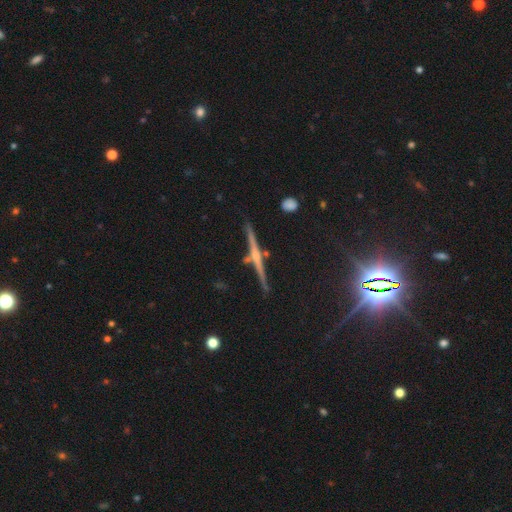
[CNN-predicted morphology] This appears to be a featured or disk galaxy (75%) viewed edge-on (98%) with a rounded central bulge (73%). Merging: none (87%).